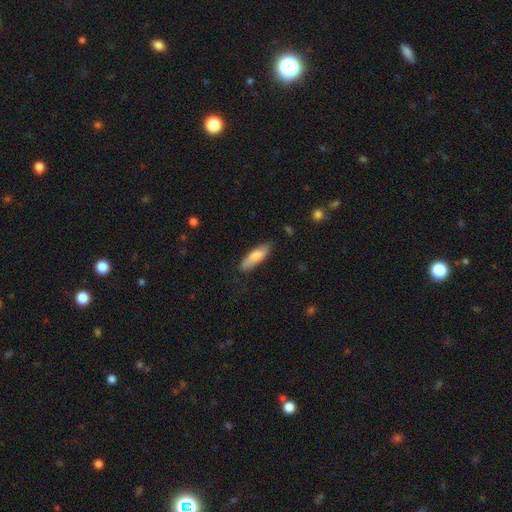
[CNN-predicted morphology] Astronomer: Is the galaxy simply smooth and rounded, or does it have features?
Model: smooth — 77%.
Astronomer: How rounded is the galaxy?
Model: cigar-shaped — 52% (runner-up: in between, 46%).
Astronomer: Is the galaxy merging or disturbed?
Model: none — 80%.